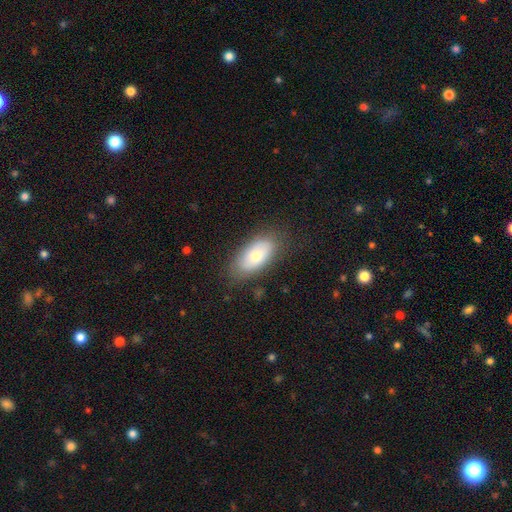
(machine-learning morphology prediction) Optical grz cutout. It shows a smooth galaxy with no disk features (66%) that is in between round and cigar-shaped (92%). Merging: none (81%).